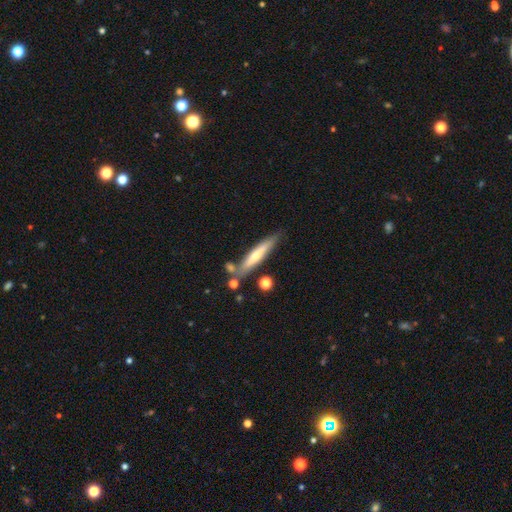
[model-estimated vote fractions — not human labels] Smooth or featured? smooth (49%)
Merging? none (71%)